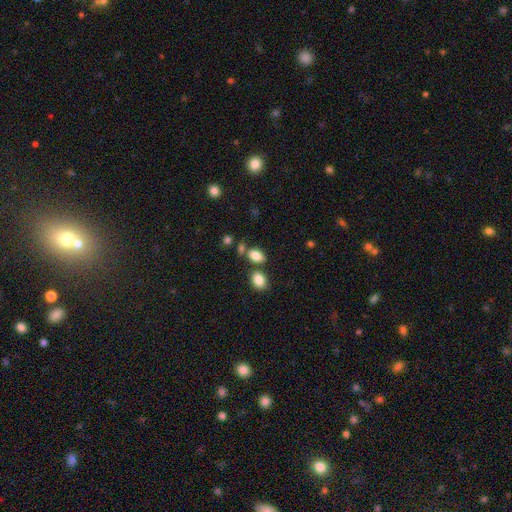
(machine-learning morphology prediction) A smooth galaxy with no disk features (83%) that is in between round and cigar-shaped (83%).

Vote fractions:
- Smooth or featured? smooth: 83% / star or artifact: 10% / featured or disk: 7%
- How rounded? in between: 83% / round: 15% / cigar-shaped: 2%
- Merging? none: 62% / merger: 21% / minor disturbance: 13% / major disturbance: 4%